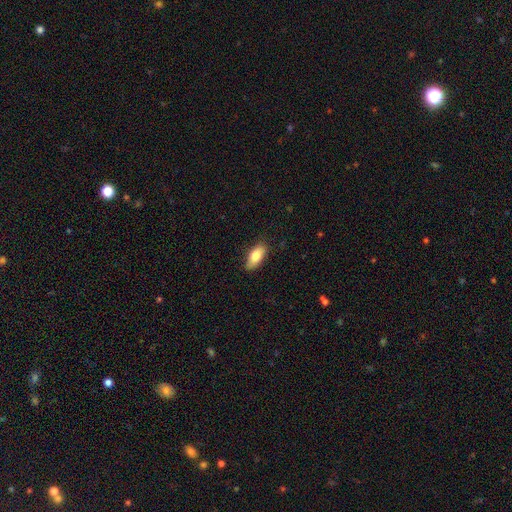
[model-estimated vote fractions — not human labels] This is clearly a smooth galaxy (81%). How rounded: clearly in between (87%). Merging: clearly none (82%).